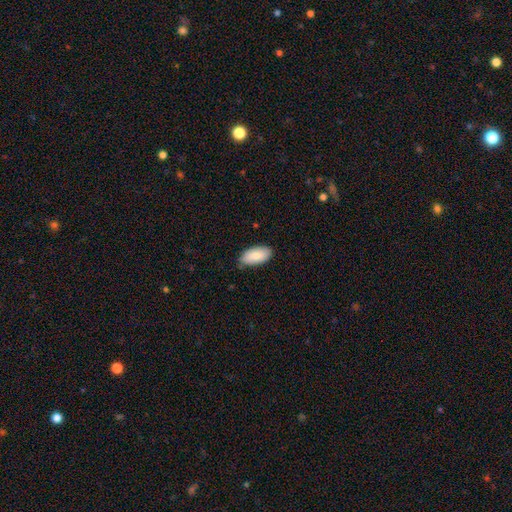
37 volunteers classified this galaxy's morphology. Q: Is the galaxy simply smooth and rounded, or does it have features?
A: smooth — 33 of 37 (89%).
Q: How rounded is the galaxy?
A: in between — 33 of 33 (100%).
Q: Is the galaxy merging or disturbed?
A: none — 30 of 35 (86%).